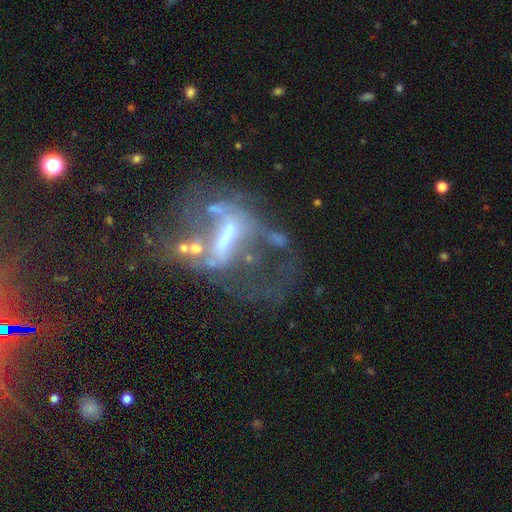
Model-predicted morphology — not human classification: A featured or disk galaxy (70%) with a strong bar (48%), no spiral arms (58%) and a moderate central bulge (34%).

Vote fractions:
- Smooth or featured? featured or disk: 70% / star or artifact: 17% / smooth: 13%
- Edge-on disk? no: 89% / yes: 11%
- Bar? strong: 48% / weak: 28% / no: 24%
- Spiral arms? no: 58% / yes: 42%
- Bulge size? moderate: 34% / small: 32% / none: 24% / large: 7% / dominant: 2%
- Merging? major disturbance: 43% / none: 27% / merger: 16% / minor disturbance: 14%